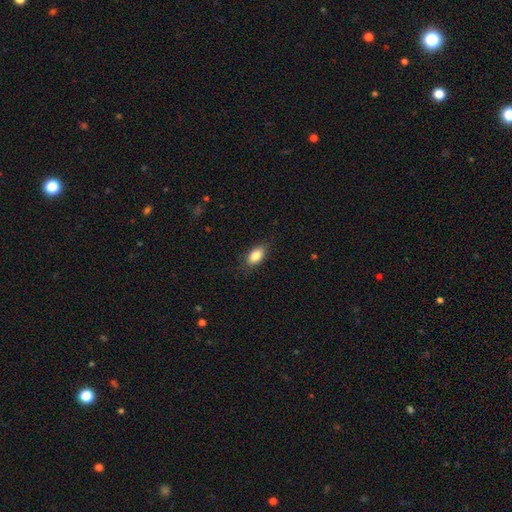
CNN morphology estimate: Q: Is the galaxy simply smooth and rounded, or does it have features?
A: smooth — 84%.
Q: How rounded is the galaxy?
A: in between — 88%.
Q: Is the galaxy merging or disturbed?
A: none — 82%.